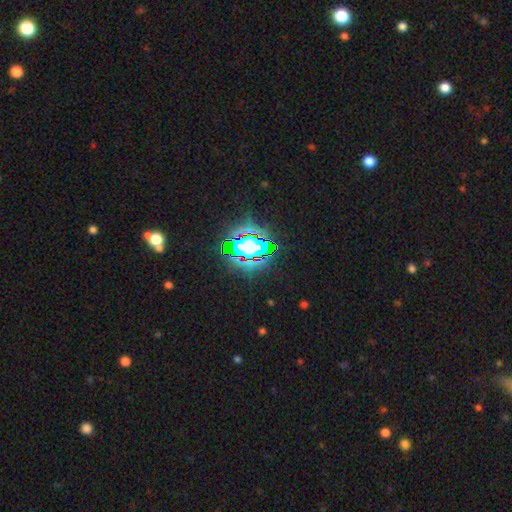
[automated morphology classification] smooth_or_featured: star or artifact (p=0.82) [alt: smooth p=0.10]